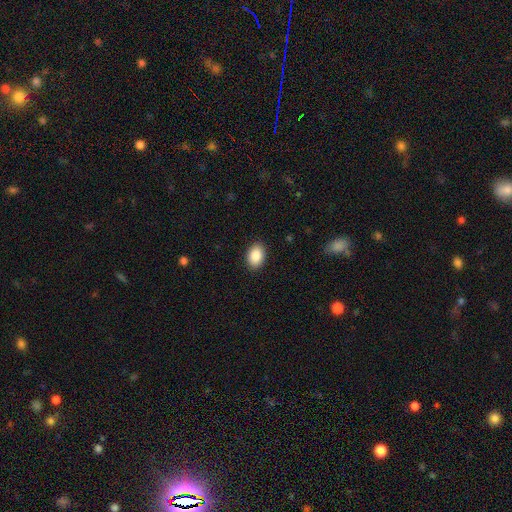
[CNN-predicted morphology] Overall: smooth (89%). How rounded: in between (85%). Merging: none (89%).